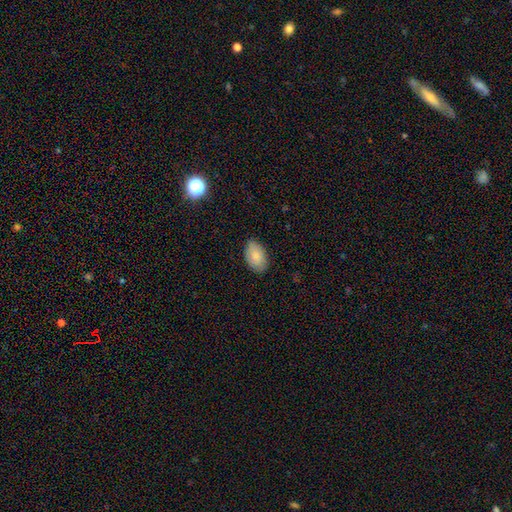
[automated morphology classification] Smooth or featured?
  - smooth: 82% *
  - featured or disk: 11%
  - star or artifact: 6%
How rounded?
  - in between: 92% *
  - round: 7%
  - cigar-shaped: 1%
Merging?
  - none: 83% *
  - minor disturbance: 14%
  - major disturbance: 2%
  - merger: 1%